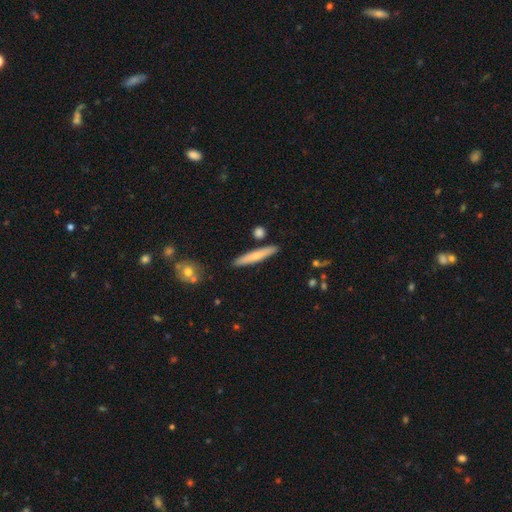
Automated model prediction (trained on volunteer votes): A smooth galaxy with no disk features (61%) that is cigar-shaped (93%).

Vote fractions:
- Smooth or featured? smooth: 61% / featured or disk: 33% / star or artifact: 6%
- How rounded? cigar-shaped: 93% / in between: 5% / round: 2%
- Merging? none: 88% / minor disturbance: 7% / merger: 3% / major disturbance: 2%